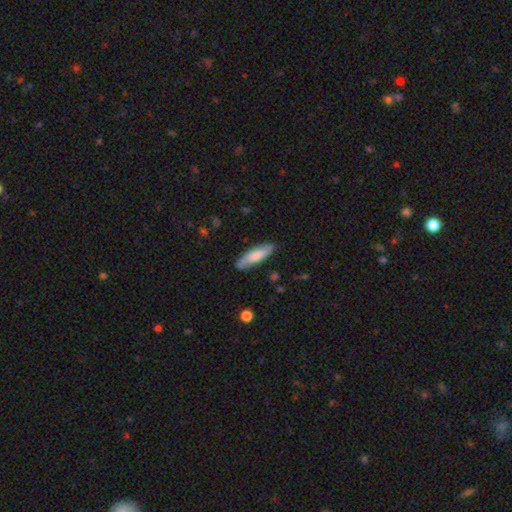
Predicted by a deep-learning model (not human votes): smooth-or-featured: smooth: 60% | featured or disk: 34% | star or artifact: 6%
  how-rounded: cigar-shaped: 63% | in between: 36% | round: 2%
  merging: none: 83% | minor disturbance: 13% | major disturbance: 2% | merger: 1%